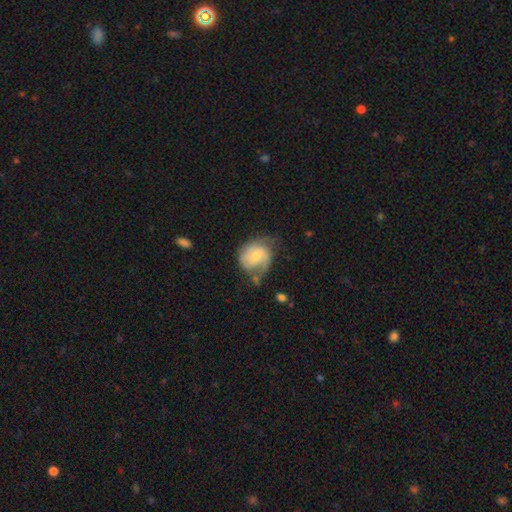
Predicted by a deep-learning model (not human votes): Smooth or featured? Predicted: featured or disk (p=0.66). Edge-on disk? Predicted: no (p=0.97). Bar? Predicted: no (p=0.64). Spiral arms? Predicted: yes (p=0.89). Spiral winding? Predicted: medium (p=0.41). Spiral arm count? Predicted: 2 (p=0.50). Bulge size? Predicted: small (p=0.55). Merging? Predicted: none (p=0.45).